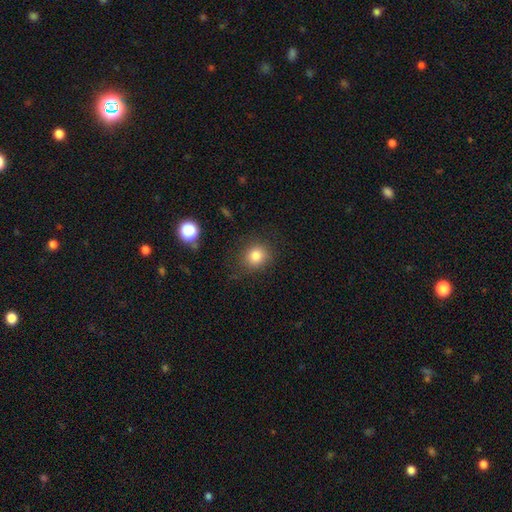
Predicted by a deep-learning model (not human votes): Smooth or featured? Predicted: smooth (p=0.83). How rounded? Predicted: round (p=0.78). Merging? Predicted: none (p=0.80).